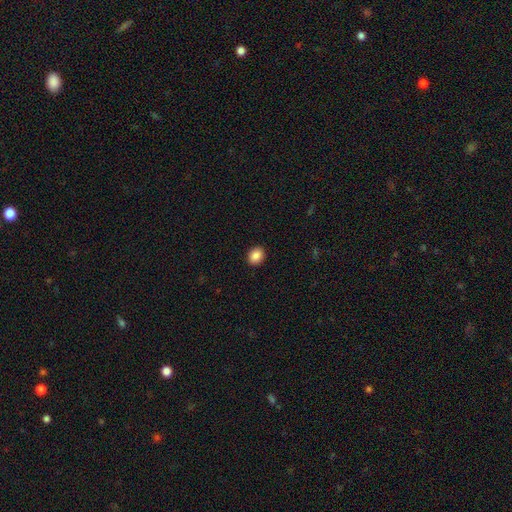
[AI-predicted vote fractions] This appears to be a smooth galaxy with no disk features (88%) that is round (50%). Merging: none (91%).